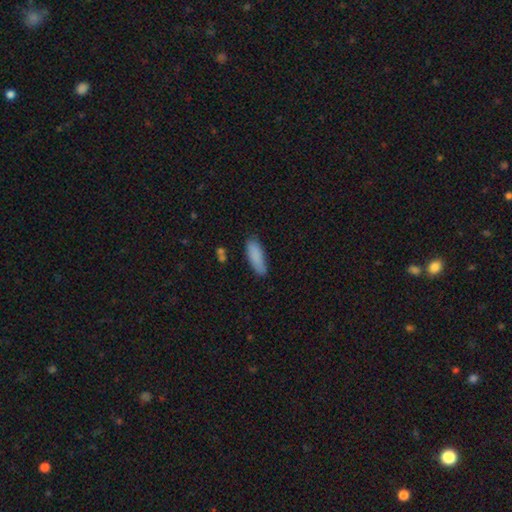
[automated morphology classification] This is clearly a smooth galaxy (87%). How rounded: possibly in between (57%). Merging: likely none (75%).